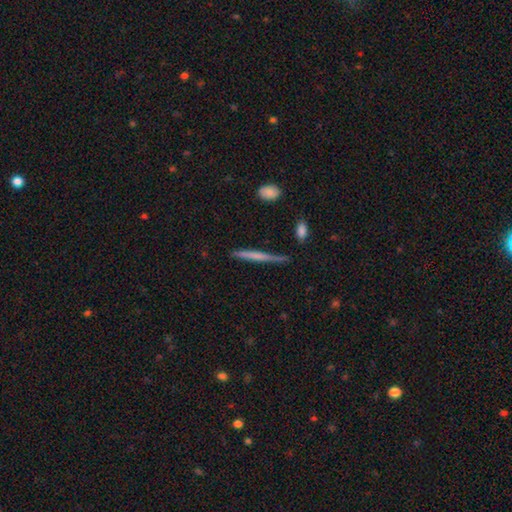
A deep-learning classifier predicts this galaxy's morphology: smooth 51%, featured or disk 43%, star or artifact 6%. Down the decision tree: how rounded — cigar-shaped (95%); merging — none (84%).